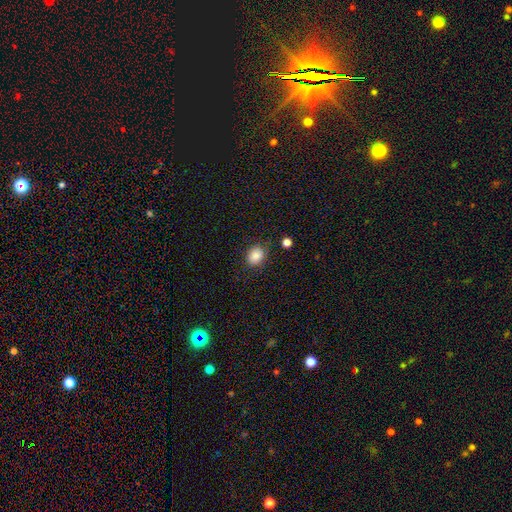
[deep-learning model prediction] Morphology: type=smooth (87%); roundness=in between (56%); merging=none (81%).